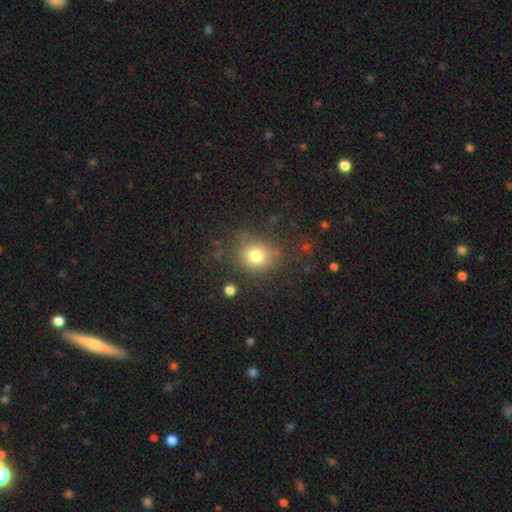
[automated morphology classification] Smooth or featured: smooth — 76% (star or artifact — 14%)
How rounded: round — 76% (in between — 23%)
Merging: none — 77% (minor disturbance — 14%)